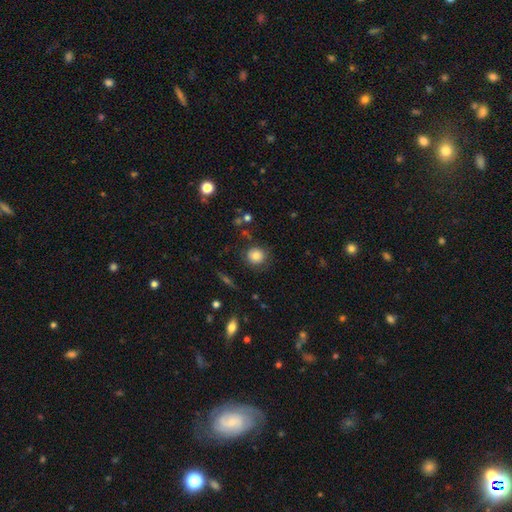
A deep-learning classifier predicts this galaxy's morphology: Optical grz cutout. It shows a smooth galaxy with no disk features (80%) that is round (88%). Merging: none (80%).